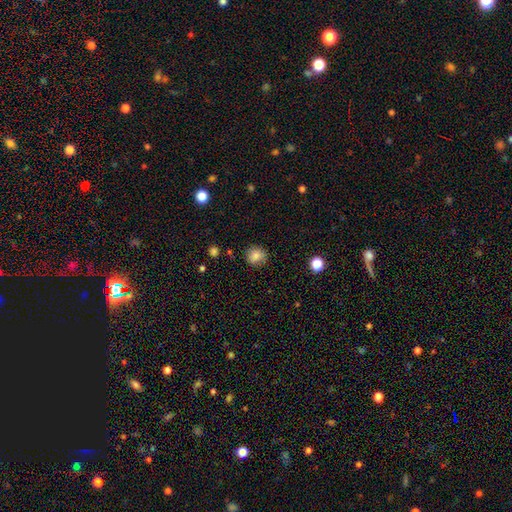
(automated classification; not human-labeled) Morphology: type=smooth (83%); roundness=round (80%); merging=none (83%).